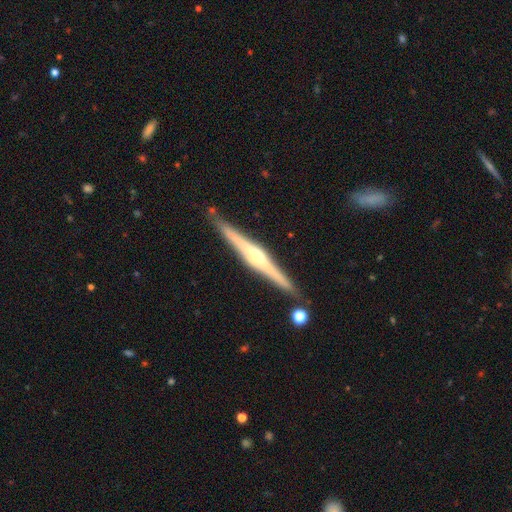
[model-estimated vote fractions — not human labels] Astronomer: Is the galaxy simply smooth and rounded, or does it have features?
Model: featured or disk — 84%.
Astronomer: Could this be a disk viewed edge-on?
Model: yes — 98%.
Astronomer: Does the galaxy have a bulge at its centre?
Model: rounded — 70%.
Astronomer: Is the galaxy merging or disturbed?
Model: none — 87%.